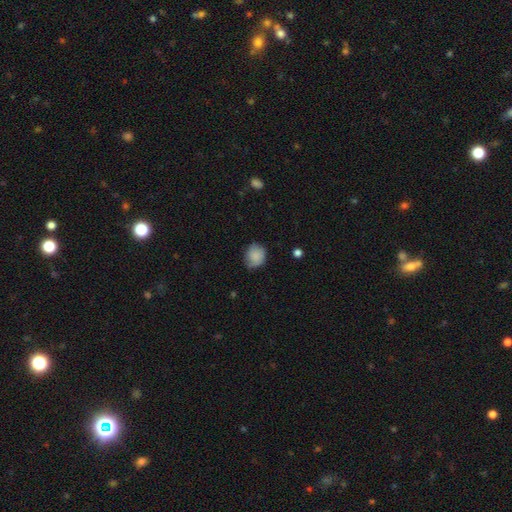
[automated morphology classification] This is clearly a smooth galaxy (81%). How rounded: likely round (67%). Merging: likely none (65%).